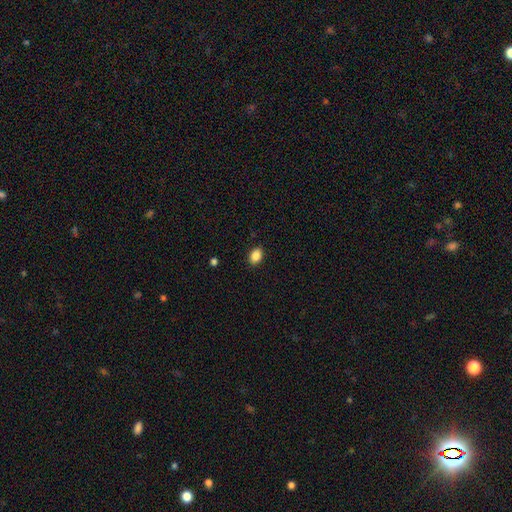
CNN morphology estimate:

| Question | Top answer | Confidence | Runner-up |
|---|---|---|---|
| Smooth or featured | smooth | 87% | star or artifact (9%) |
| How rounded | in between | 78% | round (21%) |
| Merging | none | 89% | minor disturbance (8%) |